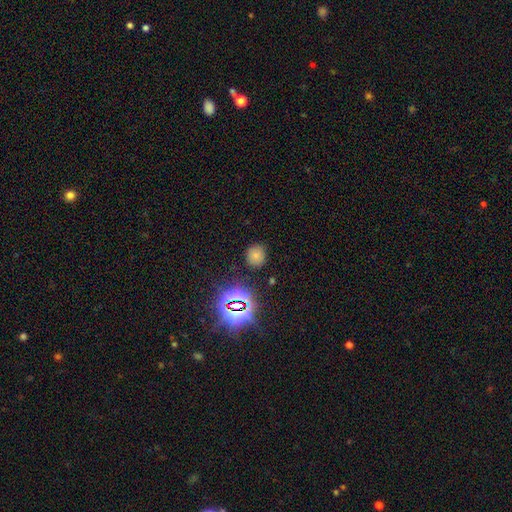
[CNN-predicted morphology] type=smooth (67%); roundness=round (84%); merging=none (85%).